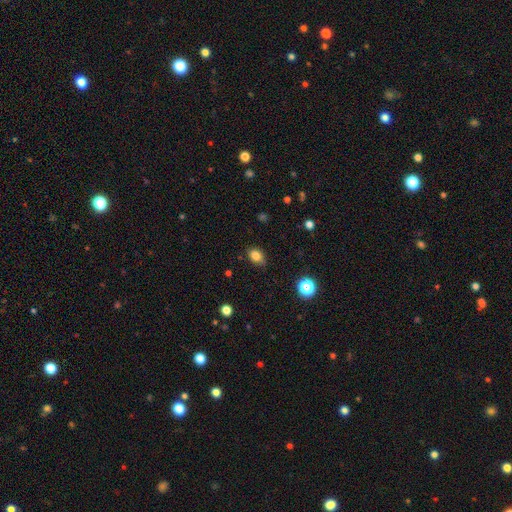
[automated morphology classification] This appears to be a smooth galaxy with no disk features (82%) that is in between round and cigar-shaped (63%). Merging: none (76%).